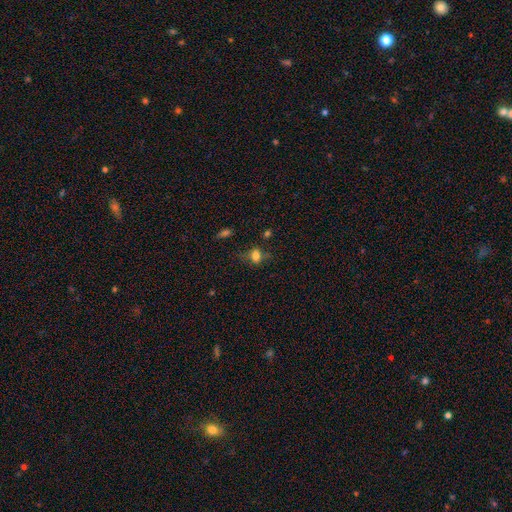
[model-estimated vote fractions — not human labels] Smooth or featured? smooth (68%)
How rounded? in between (62%)
Merging? none (60%)